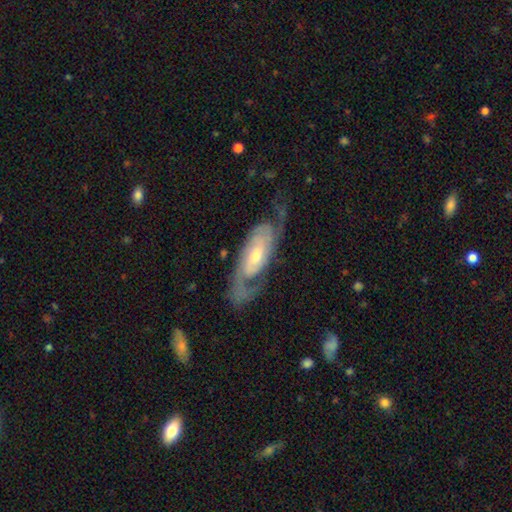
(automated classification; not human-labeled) Smooth or featured: featured or disk — 87% (smooth — 9%)
Edge-on disk: no — 92% (yes — 8%)
Bar: no — 52% (weak — 34%)
Spiral arms: yes — 96% (no — 4%)
Spiral winding: tight — 44% (medium — 41%)
Spiral arm count: 2 — 79% (can't tell — 9%)
Bulge size: moderate — 57% (small — 34%)
Merging: none — 67% (minor disturbance — 17%)